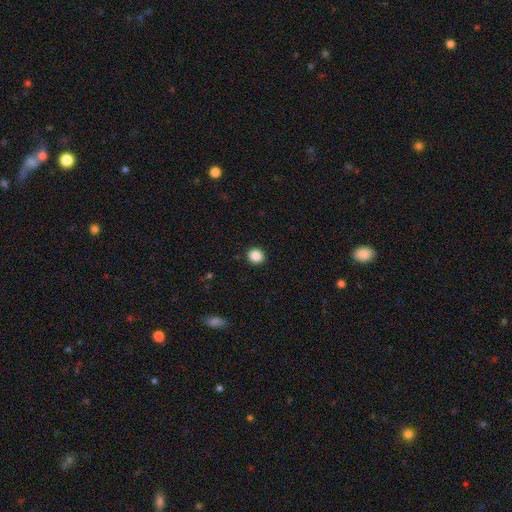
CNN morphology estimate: This is clearly a smooth galaxy (86%). How rounded: clearly round (85%). Merging: clearly none (92%).